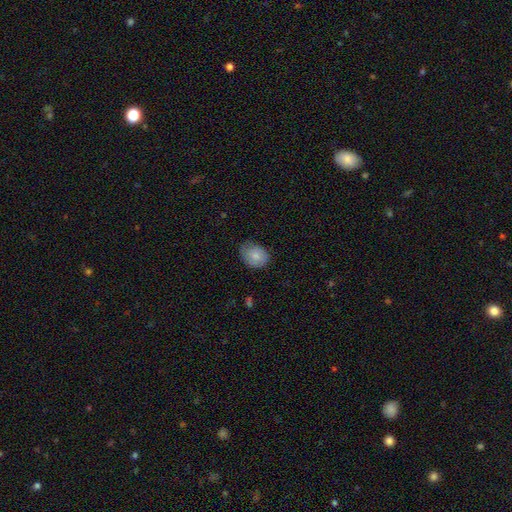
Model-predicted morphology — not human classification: type=smooth (79%); roundness=in between (54%); merging=none (62%).